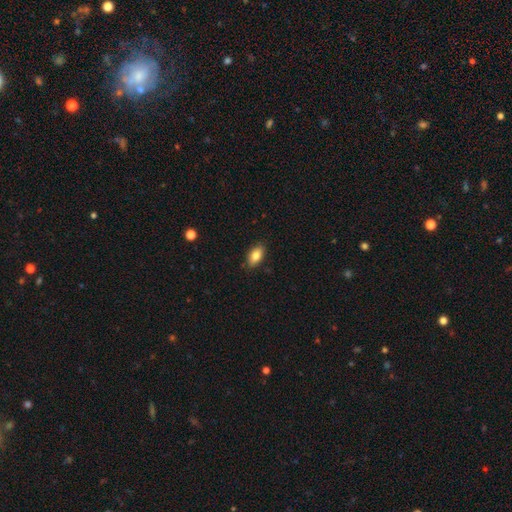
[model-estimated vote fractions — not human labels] This is clearly a smooth galaxy (82%). How rounded: clearly in between (90%). Merging: clearly none (85%).